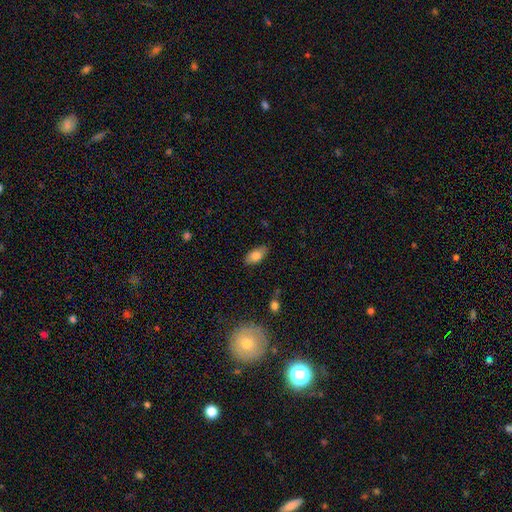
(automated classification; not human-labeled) smooth 80%, featured or disk 12%, star or artifact 8%. Down the decision tree: how rounded — in between (90%); merging — none (82%).